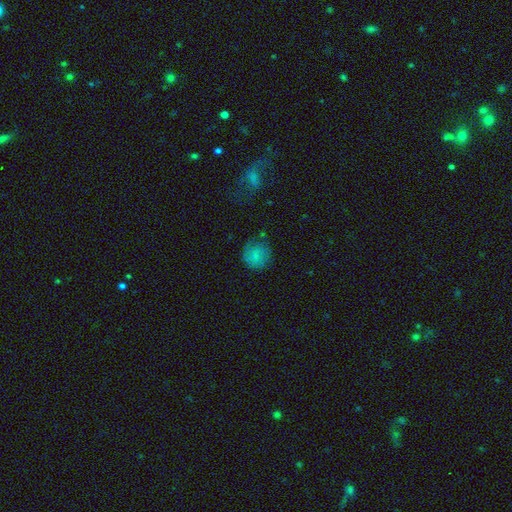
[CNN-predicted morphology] This is likely a smooth galaxy (74%). How rounded: clearly round (88%). Merging: likely none (65%).